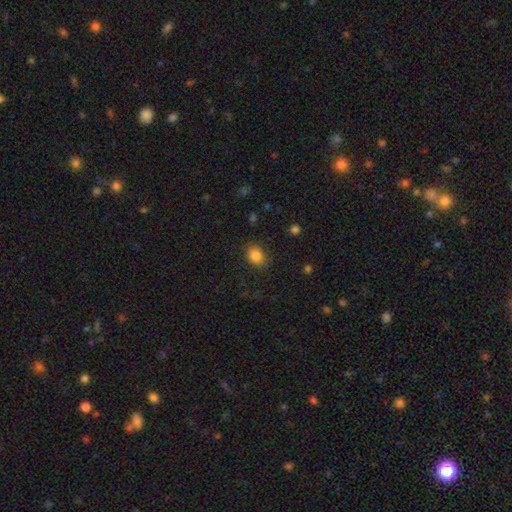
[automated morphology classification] Q: Smooth or featured?
A: smooth (85%); runner-up: star or artifact (10%)
Q: How rounded?
A: in between (56%); runner-up: round (43%)
Q: Merging?
A: none (83%); runner-up: minor disturbance (12%)